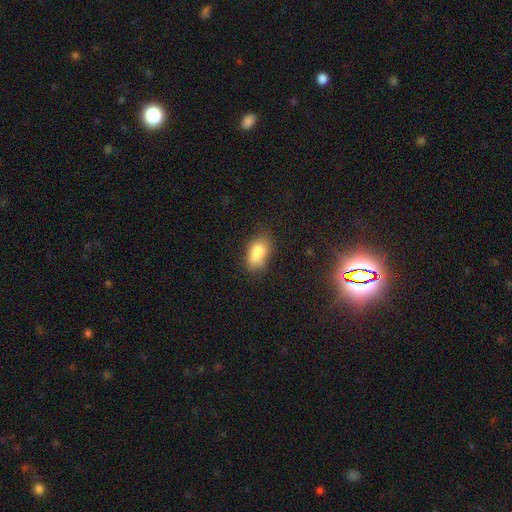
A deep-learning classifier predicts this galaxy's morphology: Q: Smooth or featured?
A: smooth (79%); runner-up: featured or disk (12%)
Q: How rounded?
A: in between (89%); runner-up: round (8%)
Q: Merging?
A: none (56%); runner-up: minor disturbance (24%)